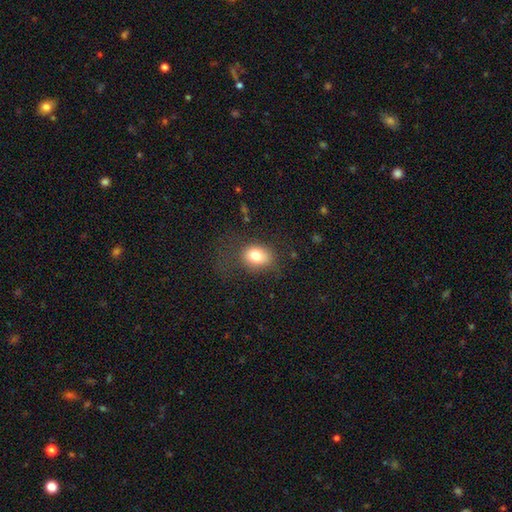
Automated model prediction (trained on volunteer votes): A smooth galaxy with no disk features (78%) that is in between round and cigar-shaped (55%). Merging: none (63%).